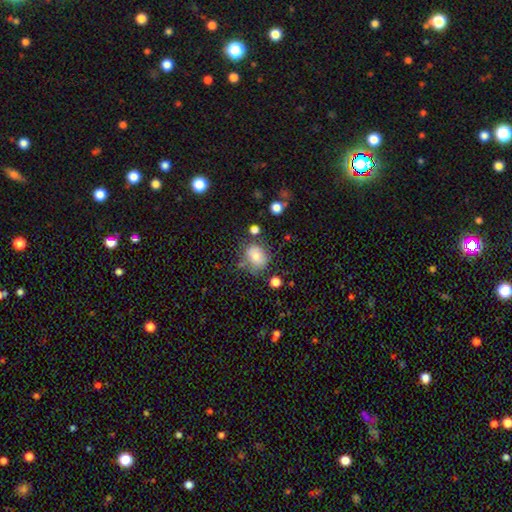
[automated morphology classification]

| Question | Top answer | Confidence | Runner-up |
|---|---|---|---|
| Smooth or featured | smooth | 74% | featured or disk (15%) |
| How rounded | round | 52% | in between (47%) |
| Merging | none | 59% | minor disturbance (24%) |